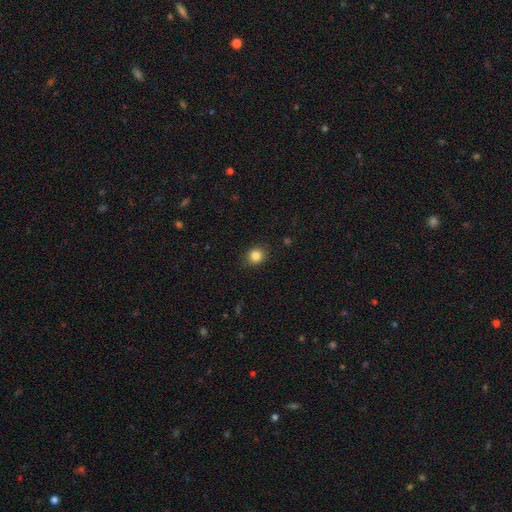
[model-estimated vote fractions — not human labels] This appears to be a smooth galaxy with no disk features (85%) that is round (81%). Merging: none (89%).